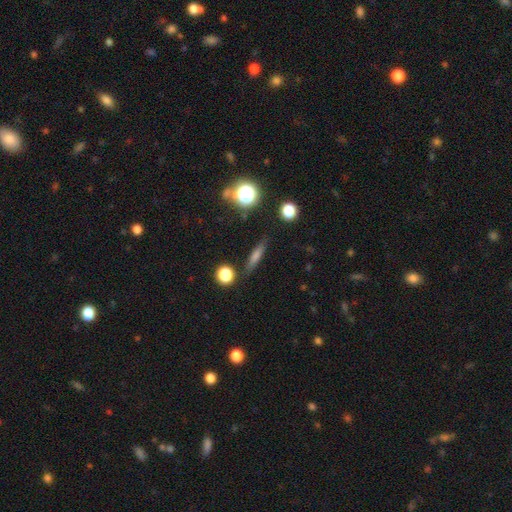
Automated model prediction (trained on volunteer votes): Smooth or featured? smooth (59%)
How rounded? cigar-shaped (79%)
Merging? none (86%)